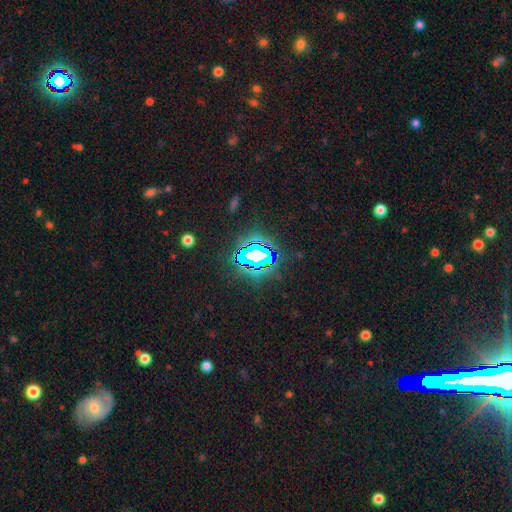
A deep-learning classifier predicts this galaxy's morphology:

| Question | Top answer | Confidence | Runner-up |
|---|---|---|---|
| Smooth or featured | star or artifact | 70% | smooth (17%) |